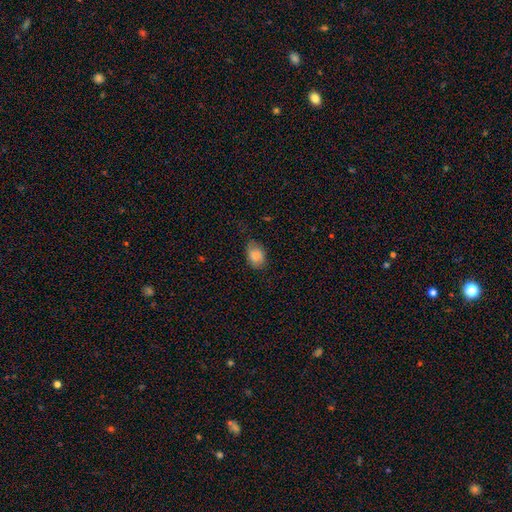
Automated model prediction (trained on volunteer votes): A smooth galaxy with no disk features (83%) that is in between round and cigar-shaped (75%).

Vote fractions:
- Smooth or featured? smooth: 83% / featured or disk: 9% / star or artifact: 8%
- How rounded? in between: 75% / round: 24% / cigar-shaped: 1%
- Merging? none: 71% / minor disturbance: 23% / major disturbance: 5% / merger: 1%